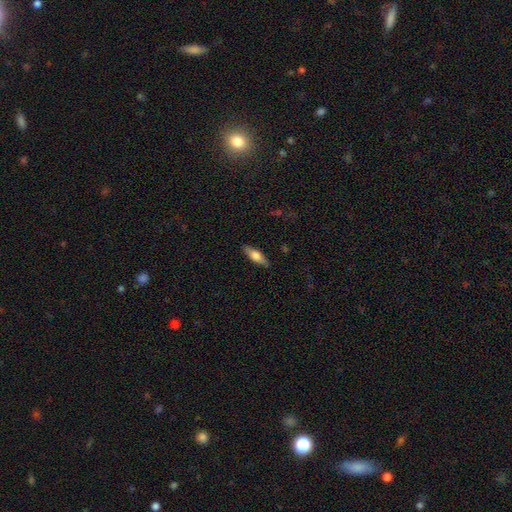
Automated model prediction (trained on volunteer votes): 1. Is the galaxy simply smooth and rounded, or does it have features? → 64% smooth, 30% featured or disk, 6% star or artifact.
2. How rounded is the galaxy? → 57% in between, 40% cigar-shaped, 3% round.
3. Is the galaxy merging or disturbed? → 86% none, 10% minor disturbance, 2% major disturbance, 1% merger.